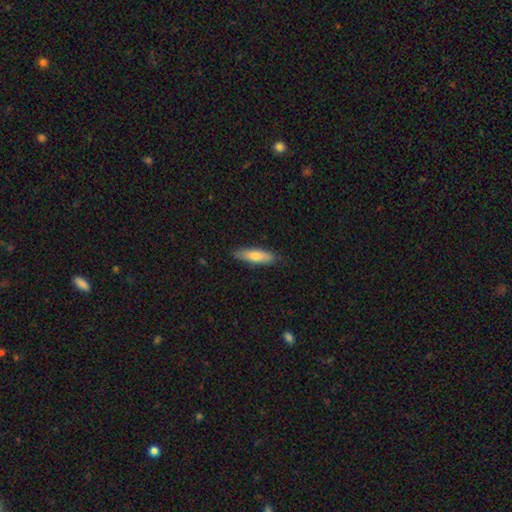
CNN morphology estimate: A smooth galaxy with no disk features (72%) that is cigar-shaped (64%).

Vote fractions:
- Smooth or featured? smooth: 72% / featured or disk: 22% / star or artifact: 6%
- How rounded? cigar-shaped: 64% / in between: 35% / round: 2%
- Merging? none: 83% / minor disturbance: 14% / major disturbance: 2% / merger: 1%